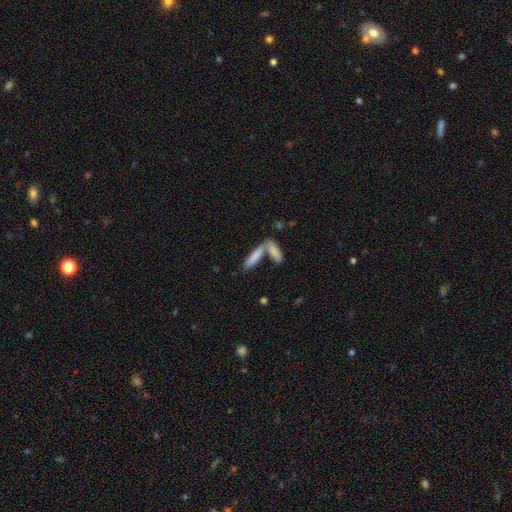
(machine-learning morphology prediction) This is likely a smooth galaxy (79%). How rounded: likely cigar-shaped (66%). Merging: possibly merger (50%).